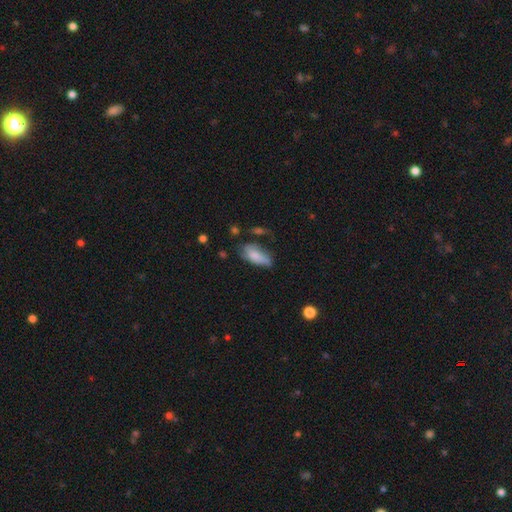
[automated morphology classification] type=smooth (78%); roundness=in between (84%); merging=none (42%).